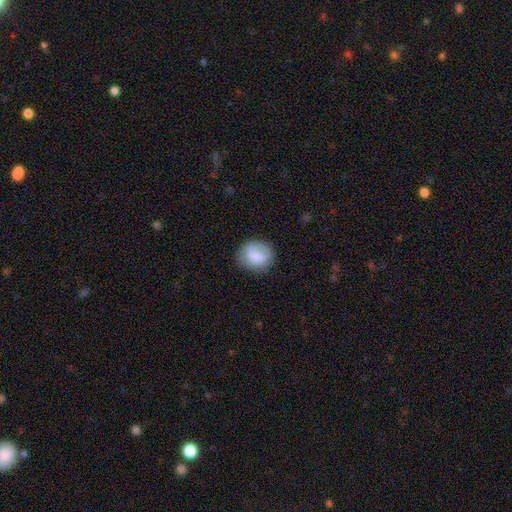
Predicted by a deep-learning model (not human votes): This appears to be a smooth galaxy with no disk features (78%) that is round (68%). Merging: none (74%).